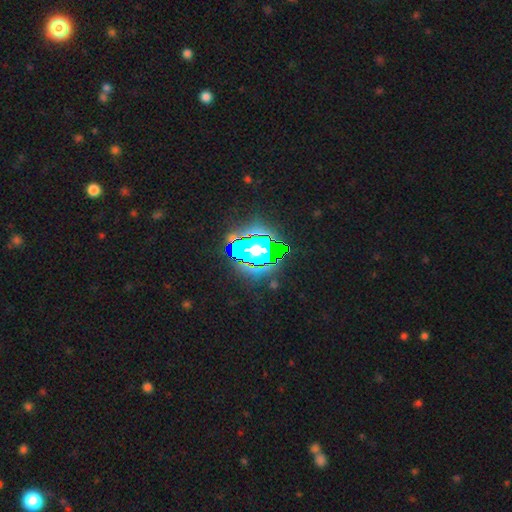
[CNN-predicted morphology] type=star or artifact (62%).